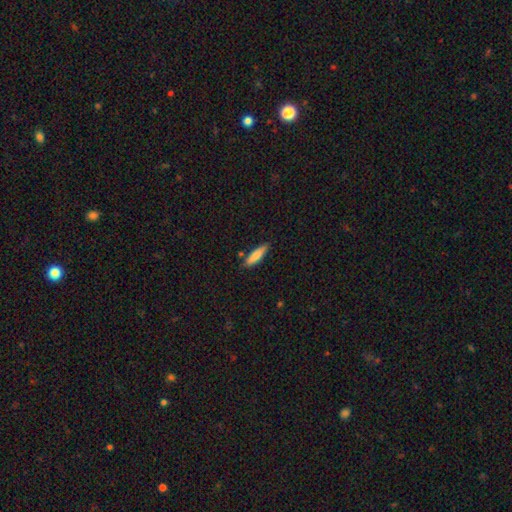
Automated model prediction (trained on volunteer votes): This appears to be a smooth galaxy with no disk features (81%) that is cigar-shaped (67%). Merging: none (83%).